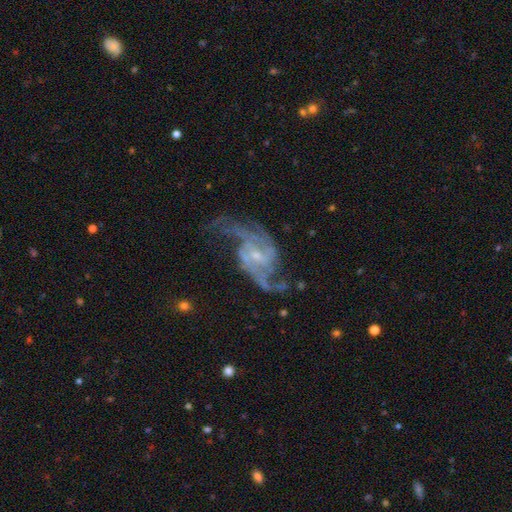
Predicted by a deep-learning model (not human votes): Smooth or featured? Predicted: featured or disk (p=0.90). Edge-on disk? Predicted: no (p=0.97). Bar? Predicted: weak (p=0.45). Spiral arms? Predicted: yes (p=0.97). Spiral winding? Predicted: loose (p=0.46). Spiral arm count? Predicted: 2 (p=0.76). Bulge size? Predicted: small (p=0.67). Merging? Predicted: none (p=0.63).